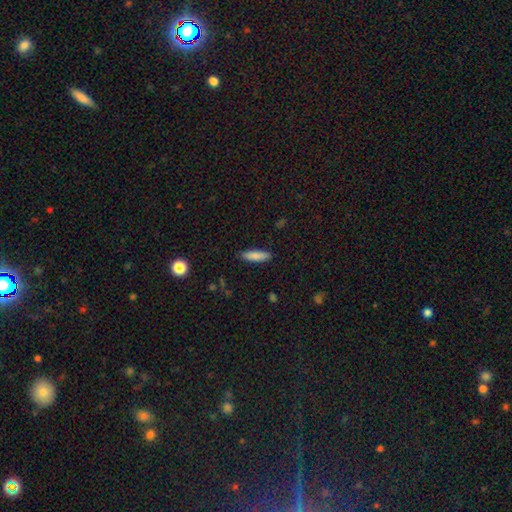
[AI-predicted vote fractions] A smooth galaxy with no disk features (85%) that is cigar-shaped (67%). Merging: none (88%).